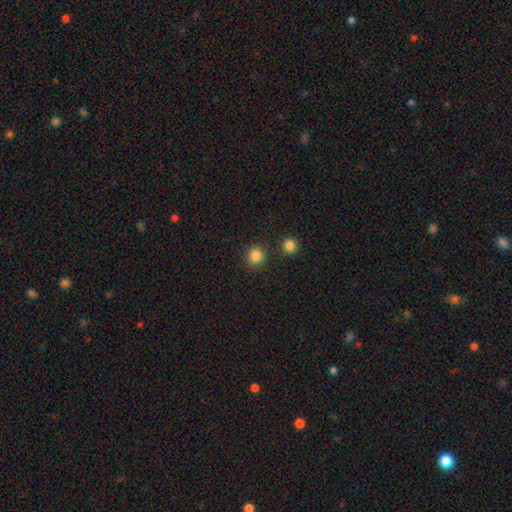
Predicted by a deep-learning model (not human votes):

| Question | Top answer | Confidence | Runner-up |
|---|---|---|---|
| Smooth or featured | smooth | 85% | star or artifact (11%) |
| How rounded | round | 92% | in between (7%) |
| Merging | none | 88% | minor disturbance (6%) |